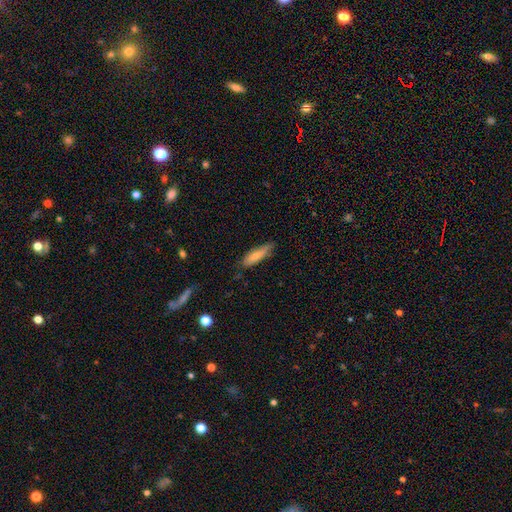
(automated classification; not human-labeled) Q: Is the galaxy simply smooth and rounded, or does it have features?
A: smooth — 77%.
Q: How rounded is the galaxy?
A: cigar-shaped — 61%.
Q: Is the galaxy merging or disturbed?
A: none — 69%.